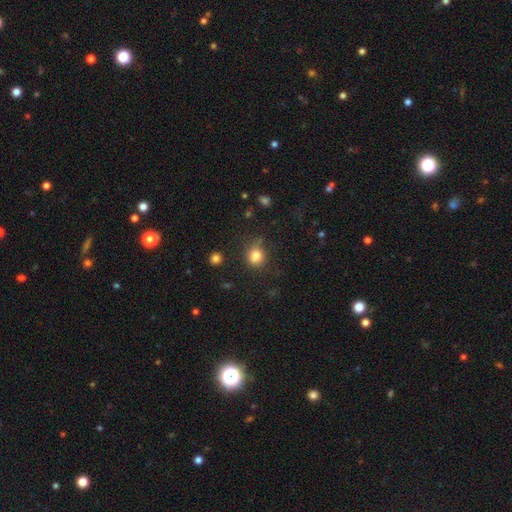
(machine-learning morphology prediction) This appears to be a smooth galaxy with no disk features (82%) that is round (70%). Merging: none (69%).